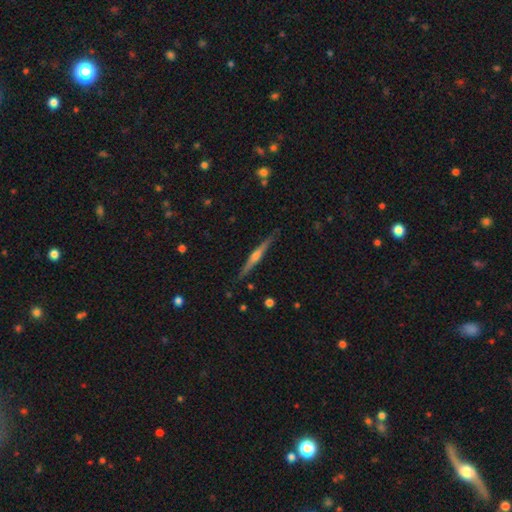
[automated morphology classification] The model was most divided on "smooth or featured": featured or disk: 73%, smooth: 21%, star or artifact: 6%. More confident: edge-on disk — yes (98%); merging — none (88%); edge-on bulge — rounded (83%).